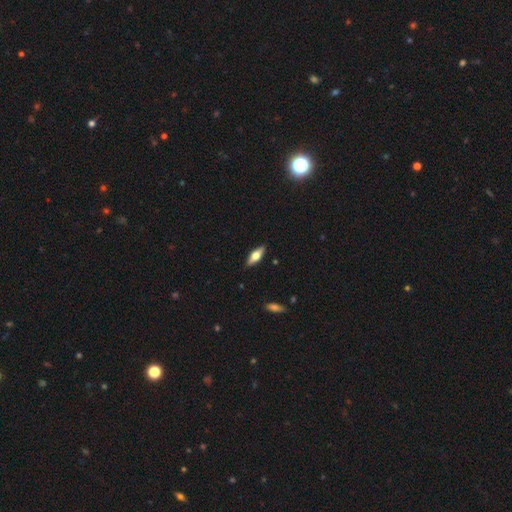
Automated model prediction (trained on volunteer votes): Q: Smooth or featured?
A: smooth (47%); runner-up: featured or disk (46%)
Q: Merging?
A: none (89%); runner-up: minor disturbance (9%)